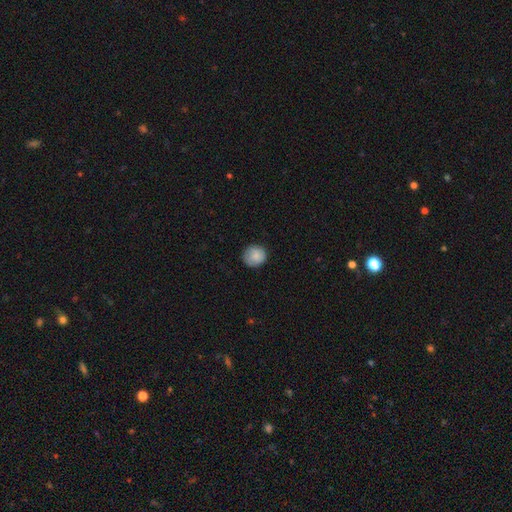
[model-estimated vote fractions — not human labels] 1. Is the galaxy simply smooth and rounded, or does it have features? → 82% smooth, 11% featured or disk, 7% star or artifact.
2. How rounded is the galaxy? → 91% round, 8% in between, 1% cigar-shaped.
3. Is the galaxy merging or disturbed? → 82% none, 14% minor disturbance, 3% major disturbance, 1% merger.